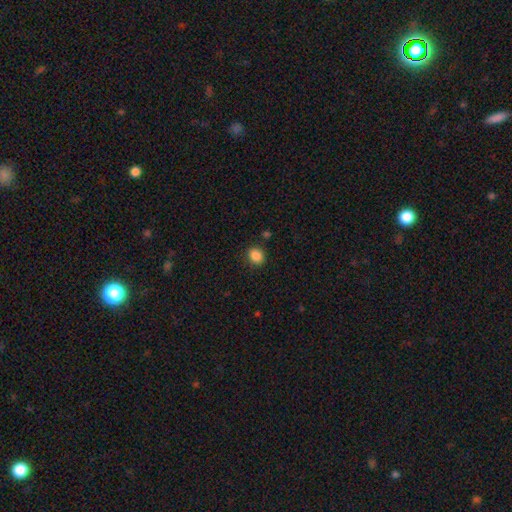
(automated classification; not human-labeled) This is clearly a smooth galaxy (87%). How rounded: likely round (65%). Merging: clearly none (86%).